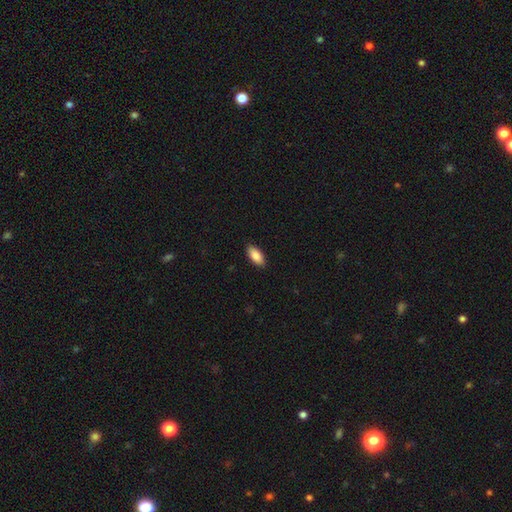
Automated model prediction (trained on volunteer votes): Overall: smooth (88%). How rounded: in between (90%). Merging: none (89%).